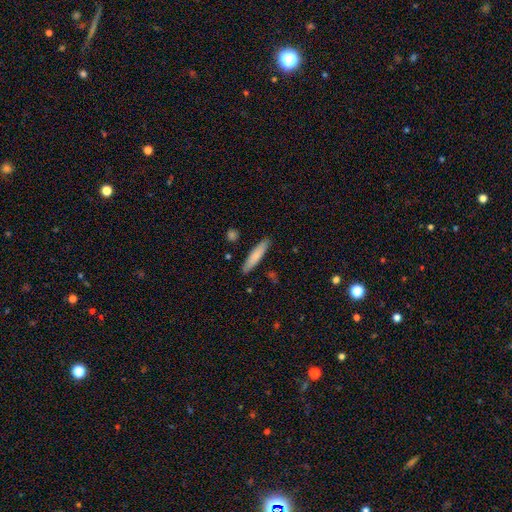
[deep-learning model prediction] Overall: smooth (77%). How rounded: cigar-shaped (87%). Merging: none (88%).